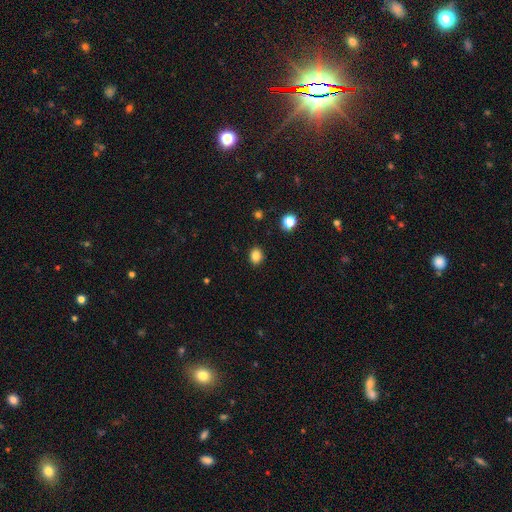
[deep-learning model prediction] Smooth or featured?
  - smooth: 83% *
  - star or artifact: 12%
  - featured or disk: 5%
How rounded?
  - round: 62% *
  - in between: 38%
  - cigar-shaped: 1%
Merging?
  - none: 90% *
  - minor disturbance: 7%
  - major disturbance: 2%
  - merger: 1%